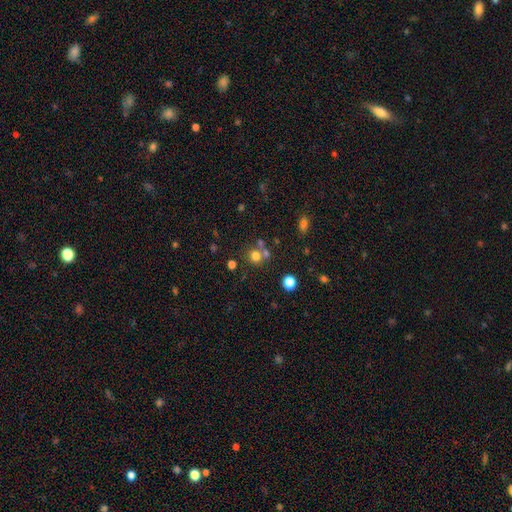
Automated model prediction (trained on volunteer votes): Q: Smooth or featured?
A: smooth (73%); runner-up: star or artifact (18%)
Q: How rounded?
A: round (85%); runner-up: in between (14%)
Q: Merging?
A: none (59%); runner-up: merger (27%)